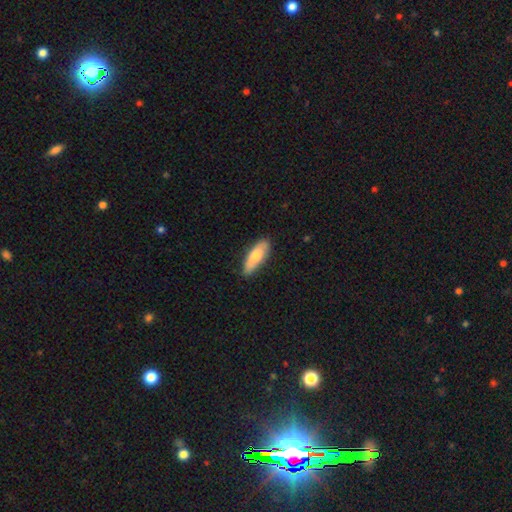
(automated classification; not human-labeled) A smooth galaxy with no disk features (71%) that is in between round and cigar-shaped (58%).

Vote fractions:
- Smooth or featured? smooth: 71% / featured or disk: 24% / star or artifact: 6%
- How rounded? in between: 58% / cigar-shaped: 40% / round: 2%
- Merging? none: 81% / minor disturbance: 15% / major disturbance: 2% / merger: 1%